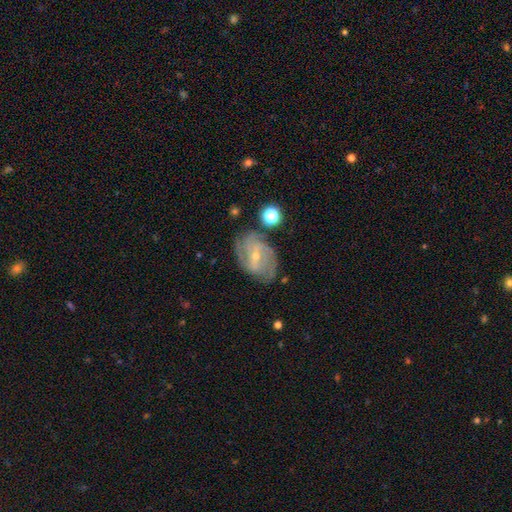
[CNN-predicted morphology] A featured or disk galaxy (83%) with a weak bar (47%), 2 (30%) tight (50%) spiral arms (93%) and a small central bulge (70%).

Vote fractions:
- Smooth or featured? featured or disk: 83% / smooth: 11% / star or artifact: 7%
- Edge-on disk? no: 96% / yes: 4%
- Bar? weak: 47% / no: 34% / strong: 19%
- Spiral arms? yes: 93% / no: 7%
- Spiral winding? tight: 50% / medium: 38% / loose: 12%
- Spiral arm count? 2: 30% / can't tell: 27% / 3: 22% / 4: 11% / more than 4: 5% / 1: 5%
- Bulge size? small: 70% / moderate: 27% / none: 1% / large: 1% / dominant: 1%
- Merging? none: 73% / minor disturbance: 18% / major disturbance: 6% / merger: 3%